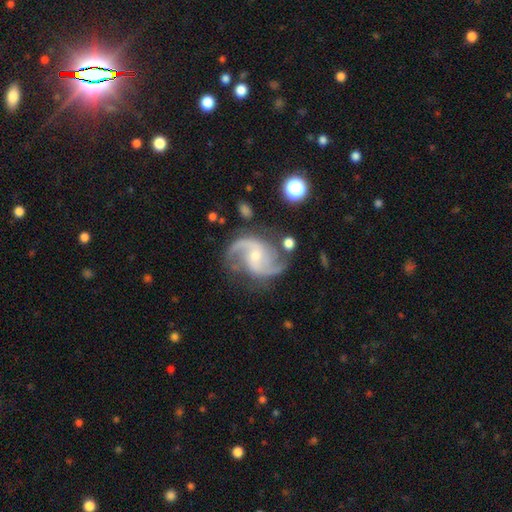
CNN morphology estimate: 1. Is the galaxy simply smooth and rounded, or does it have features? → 91% featured or disk, 6% star or artifact, 4% smooth.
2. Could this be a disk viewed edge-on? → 98% no, 2% yes.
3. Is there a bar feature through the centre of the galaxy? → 44% no, 43% weak, 13% strong.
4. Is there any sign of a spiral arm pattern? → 98% yes, 2% no.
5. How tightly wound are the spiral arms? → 51% medium, 38% loose, 11% tight.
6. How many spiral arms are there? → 86% 2, 5% 3, 3% can't tell, 2% 1, 2% 4, 2% more than 4.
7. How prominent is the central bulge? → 57% small, 38% moderate, 2% none, 2% large, 1% dominant.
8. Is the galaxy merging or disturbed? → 71% none, 17% minor disturbance, 8% major disturbance, 3% merger.